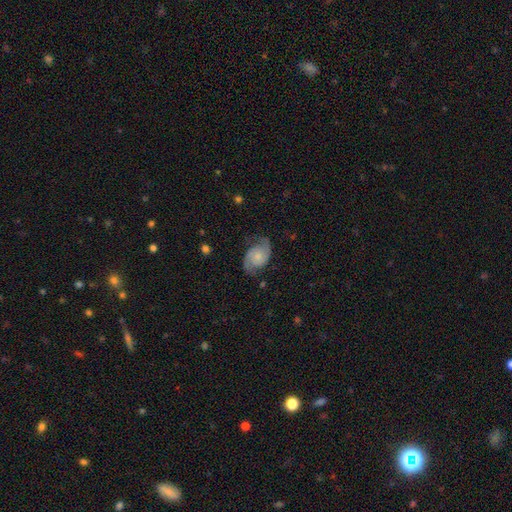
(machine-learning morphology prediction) A featured or disk galaxy (83%) with no bar (72%), 2 (92%) medium (49%) spiral arms (96%) and a small central bulge (55%). Merging: none (75%).